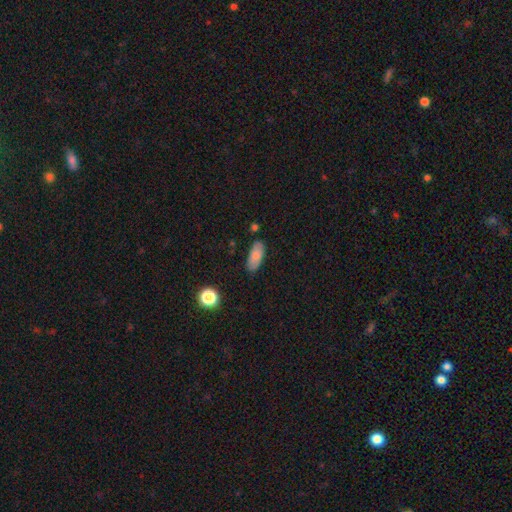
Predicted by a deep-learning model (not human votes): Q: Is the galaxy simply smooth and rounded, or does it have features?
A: smooth — 82%.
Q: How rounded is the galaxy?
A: in between — 83%.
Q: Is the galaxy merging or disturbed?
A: none — 82%.